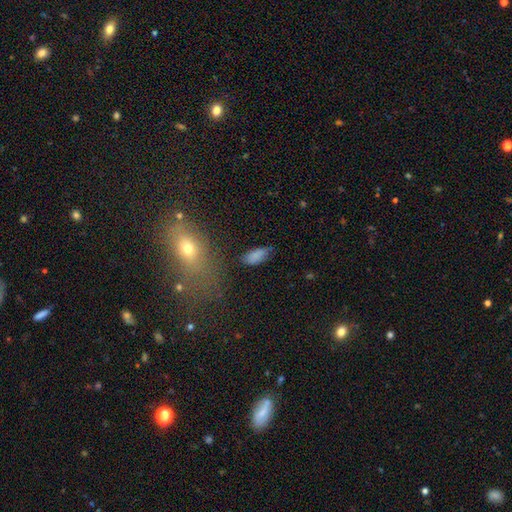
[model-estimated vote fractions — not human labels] Smooth or featured? Predicted: smooth (p=0.82). How rounded? Predicted: in between (p=0.86). Merging? Predicted: none (p=0.68).